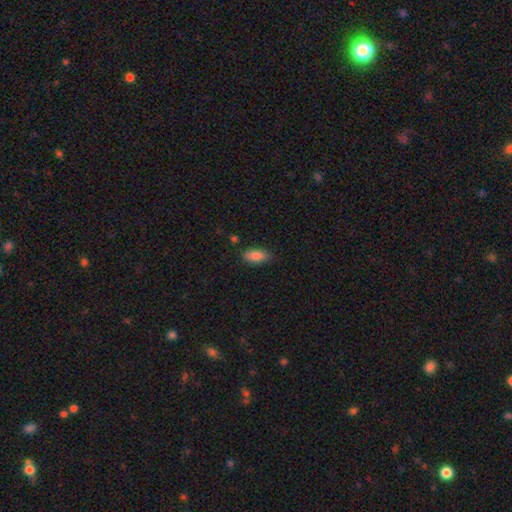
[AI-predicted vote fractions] Morphology: type=smooth (87%); roundness=in between (87%); merging=none (80%).